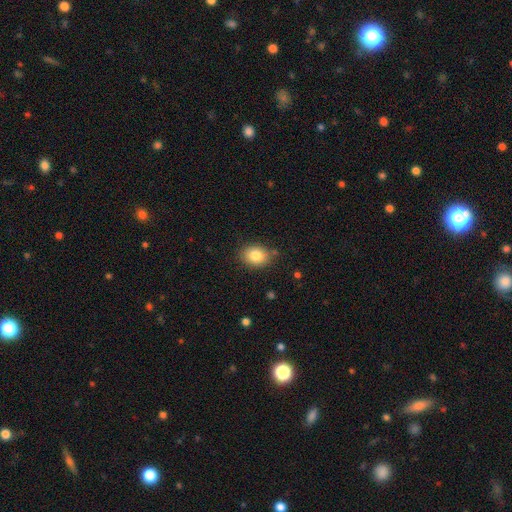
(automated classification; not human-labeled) Morphology: type=smooth (83%); roundness=in between (55%); merging=none (81%).